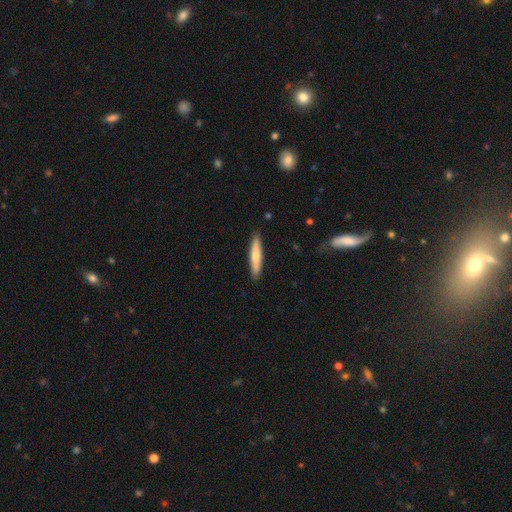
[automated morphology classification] The model was most divided on "smooth or featured": smooth: 66%, featured or disk: 29%, star or artifact: 5%. More confident: merging — none (89%); how rounded — cigar-shaped (88%).